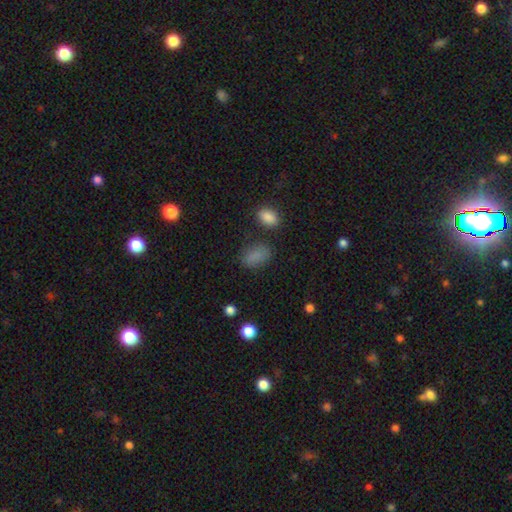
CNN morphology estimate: Smooth or featured? smooth (83%)
How rounded? in between (88%)
Merging? none (77%)